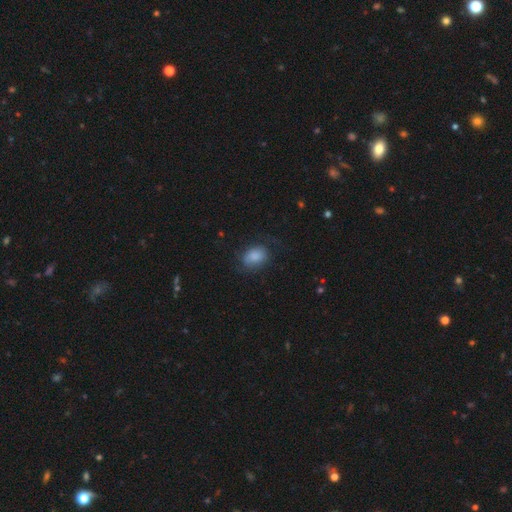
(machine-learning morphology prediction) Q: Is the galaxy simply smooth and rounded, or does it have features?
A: smooth — 77%.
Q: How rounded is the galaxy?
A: in between — 66%.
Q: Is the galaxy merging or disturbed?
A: none — 65%.